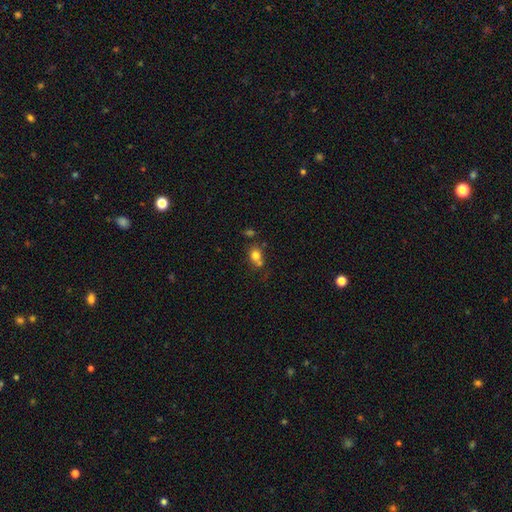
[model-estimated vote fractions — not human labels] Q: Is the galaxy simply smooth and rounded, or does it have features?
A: smooth — 75%.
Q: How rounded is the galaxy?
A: round — 66%.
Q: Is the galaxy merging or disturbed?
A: none — 47%.